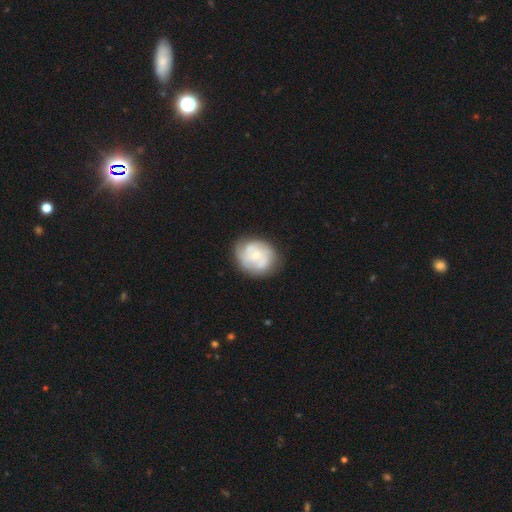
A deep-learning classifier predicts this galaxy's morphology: A featured or disk galaxy (65%) with no bar (77%), 3 (32%) tight (54%) spiral arms (85%) and a small central bulge (63%).

Vote fractions:
- Smooth or featured? featured or disk: 65% / smooth: 29% / star or artifact: 6%
- Edge-on disk? no: 98% / yes: 2%
- Bar? no: 77% / weak: 20% / strong: 3%
- Spiral arms? yes: 85% / no: 15%
- Spiral winding? tight: 54% / medium: 35% / loose: 11%
- Spiral arm count? 3: 32% / can't tell: 31% / 2: 19% / 4: 9% / 1: 5% / more than 4: 4%
- Bulge size? small: 63% / moderate: 31% / none: 3% / large: 2% / dominant: 1%
- Merging? none: 71% / minor disturbance: 20% / major disturbance: 7% / merger: 2%